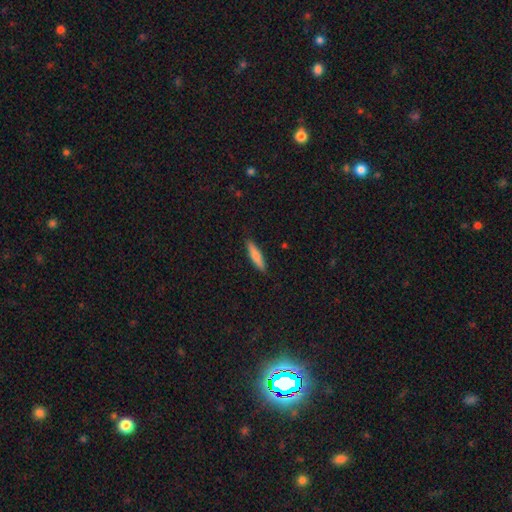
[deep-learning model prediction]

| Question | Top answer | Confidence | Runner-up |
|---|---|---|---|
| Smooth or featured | smooth | 77% | featured or disk (17%) |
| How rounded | cigar-shaped | 83% | in between (15%) |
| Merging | none | 89% | minor disturbance (8%) |